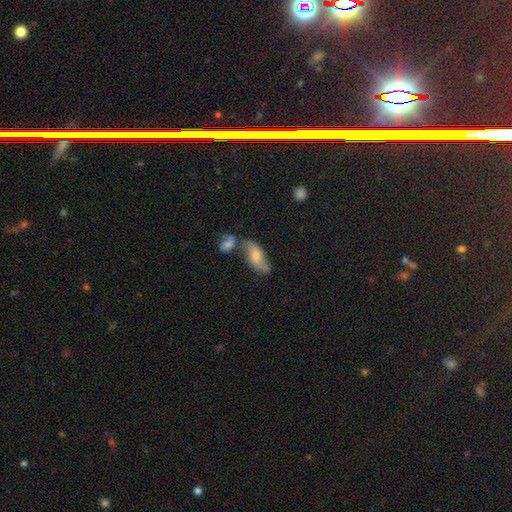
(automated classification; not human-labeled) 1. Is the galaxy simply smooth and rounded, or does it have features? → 51% featured or disk, 40% smooth, 9% star or artifact.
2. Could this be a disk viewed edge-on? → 82% no, 18% yes.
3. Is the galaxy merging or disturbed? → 53% none, 22% merger, 18% minor disturbance, 7% major disturbance.